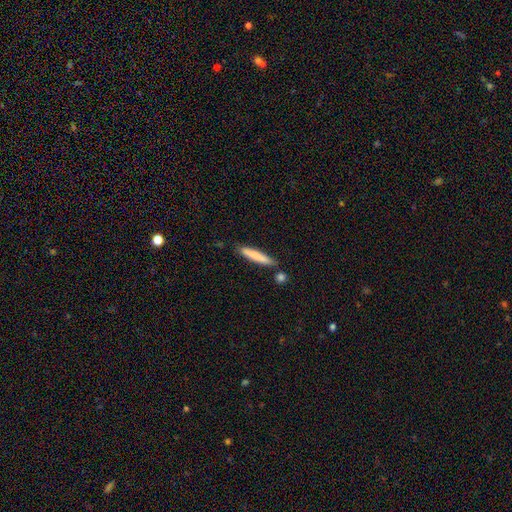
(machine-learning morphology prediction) Smooth or featured: smooth — 79% (featured or disk — 15%)
How rounded: cigar-shaped — 92% (in between — 7%)
Merging: none — 80% (minor disturbance — 12%)